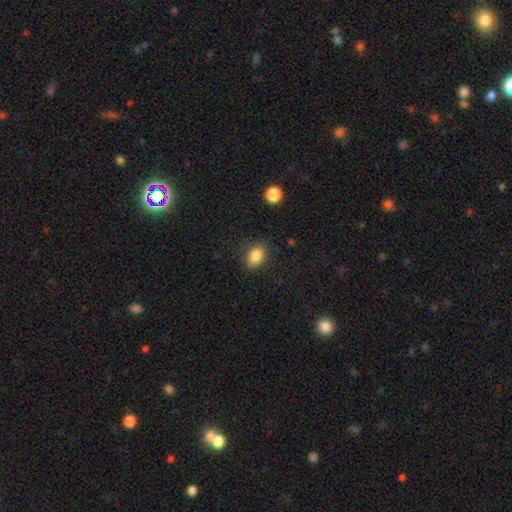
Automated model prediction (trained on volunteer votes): Smooth or featured? smooth (84%)
How rounded? in between (74%)
Merging? none (82%)